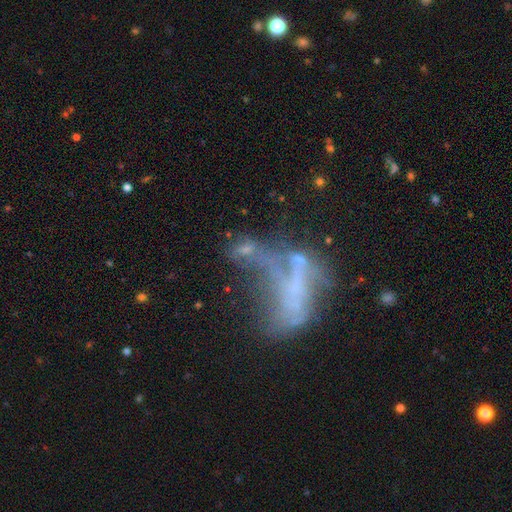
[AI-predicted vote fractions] Smooth or featured: featured or disk — 53% (smooth — 26%)
Edge-on disk: no — 91% (yes — 9%)
Merging: major disturbance — 39% (merger — 33%)